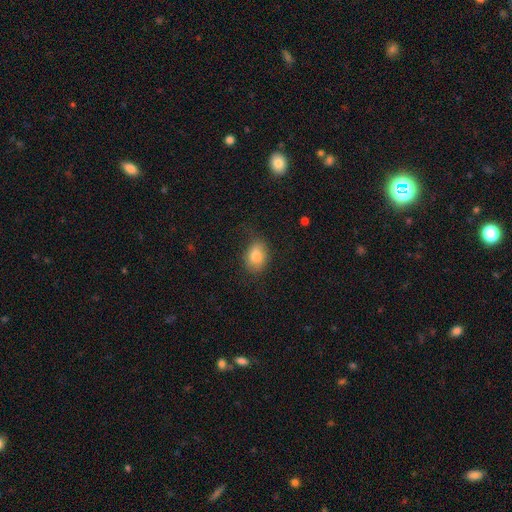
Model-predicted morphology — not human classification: Smooth or featured? Predicted: smooth (p=0.82). How rounded? Predicted: in between (p=0.73). Merging? Predicted: none (p=0.64).